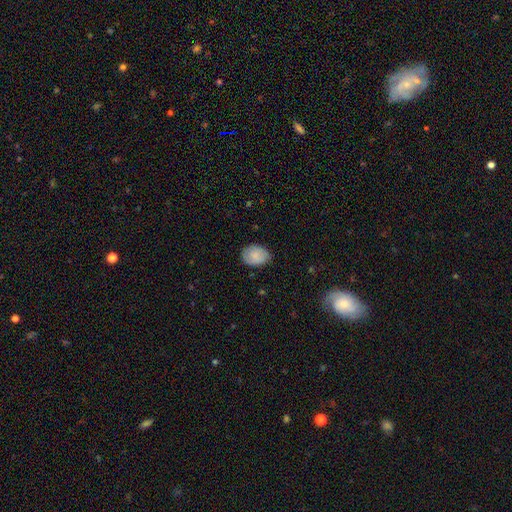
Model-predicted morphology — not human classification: smooth 79%, featured or disk 14%, star or artifact 7%. Down the decision tree: how rounded — in between (72%); merging — none (73%).